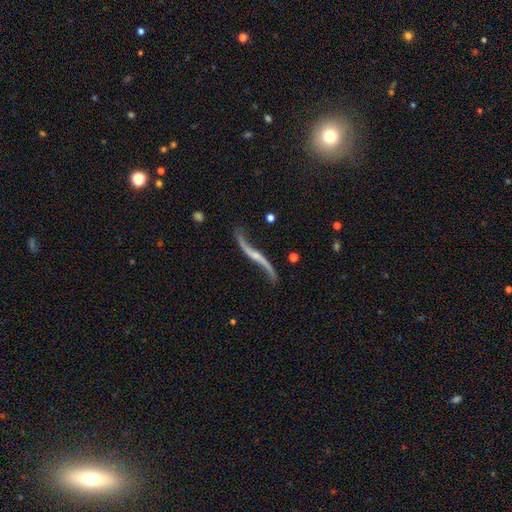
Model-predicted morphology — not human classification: A featured or disk galaxy (89%) with no bar (52%), 2 (93%) loose (96%) spiral arms (94%) and a small central bulge (60%).

Vote fractions:
- Smooth or featured? featured or disk: 89% / smooth: 6% / star or artifact: 5%
- Edge-on disk? no: 65% / yes: 35%
- Bar? no: 52% / weak: 26% / strong: 22%
- Spiral arms? yes: 94% / no: 6%
- Spiral winding? loose: 96% / medium: 3% / tight: 2%
- Spiral arm count? 2: 93% / 1: 2% / can't tell: 1% / 3: 1% / 4: 1% / more than 4: 1%
- Bulge size? small: 60% / none: 21% / moderate: 16% / large: 2% / dominant: 2%
- Merging? none: 66% / minor disturbance: 19% / major disturbance: 10% / merger: 4%